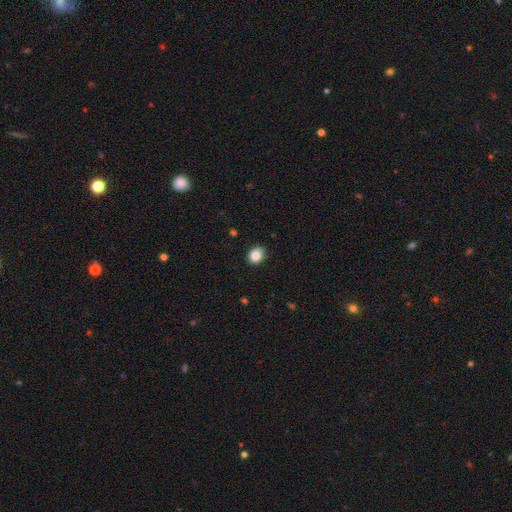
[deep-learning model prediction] This appears to be a smooth galaxy with no disk features (85%) that is round (51%). Merging: none (81%).